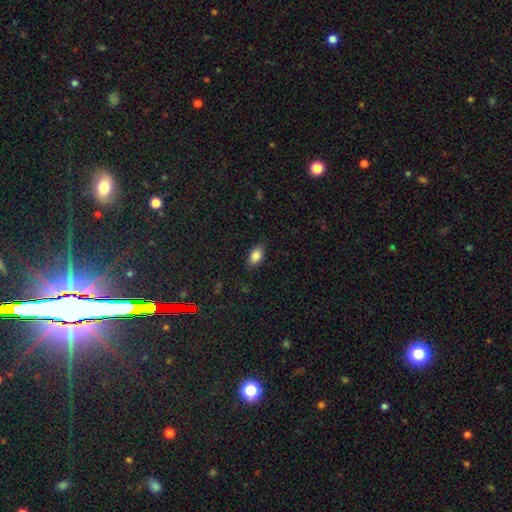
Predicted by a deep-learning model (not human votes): Smooth or featured? smooth (86%)
How rounded? in between (91%)
Merging? none (83%)